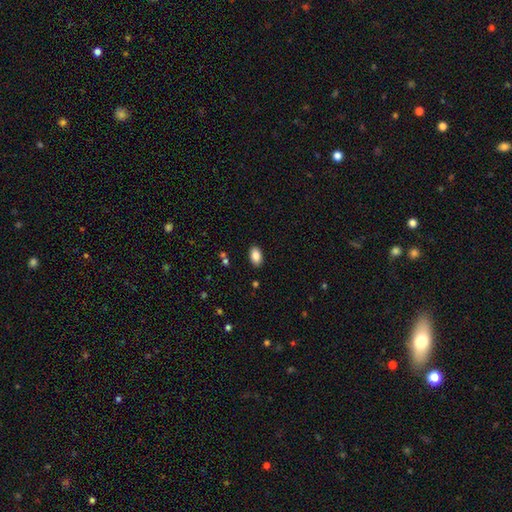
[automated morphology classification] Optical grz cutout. It shows a smooth galaxy with no disk features (87%) that is in between round and cigar-shaped (93%). Merging: none (88%).